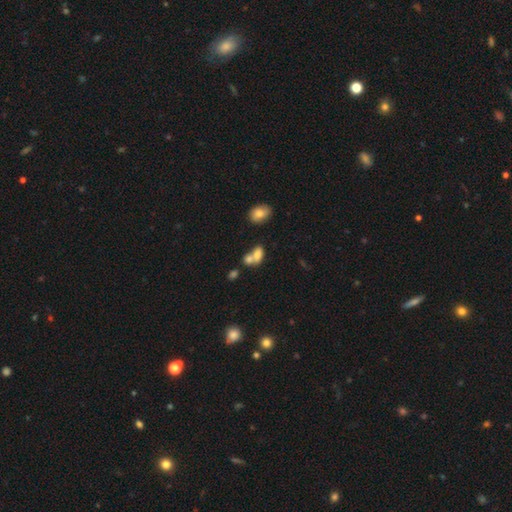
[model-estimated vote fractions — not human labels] A smooth galaxy with no disk features (74%) that is in between round and cigar-shaped (75%).

Vote fractions:
- Smooth or featured? smooth: 74% / featured or disk: 15% / star or artifact: 11%
- How rounded? in between: 75% / round: 22% / cigar-shaped: 3%
- Merging? merger: 62% / none: 25% / minor disturbance: 8% / major disturbance: 5%